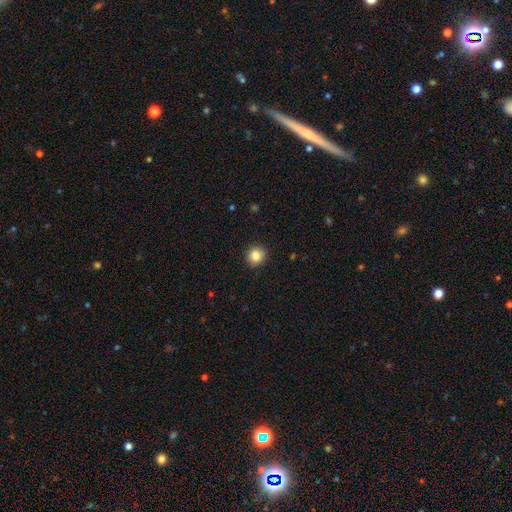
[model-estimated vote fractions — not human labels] Smooth or featured: smooth — 85% (star or artifact — 10%)
How rounded: round — 90% (in between — 9%)
Merging: none — 92% (minor disturbance — 6%)